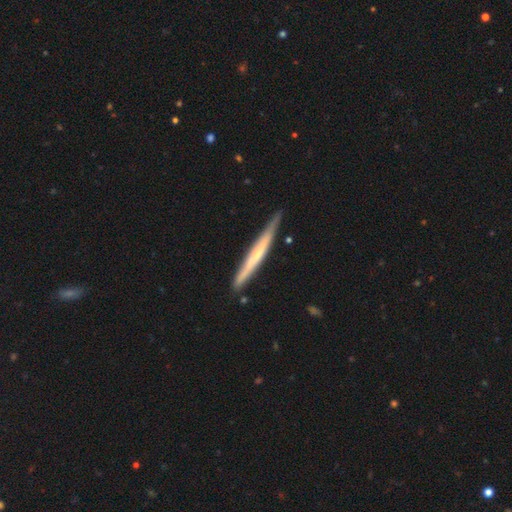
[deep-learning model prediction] A featured or disk galaxy (57%) viewed edge-on (95%) with no central bulge (60%).

Vote fractions:
- Smooth or featured? featured or disk: 57% / smooth: 38% / star or artifact: 5%
- Edge-on disk? yes: 95% / no: 5%
- Edge-on bulge? none: 60% / rounded: 33% / boxy: 6%
- Merging? none: 82% / minor disturbance: 15% / major disturbance: 2% / merger: 2%